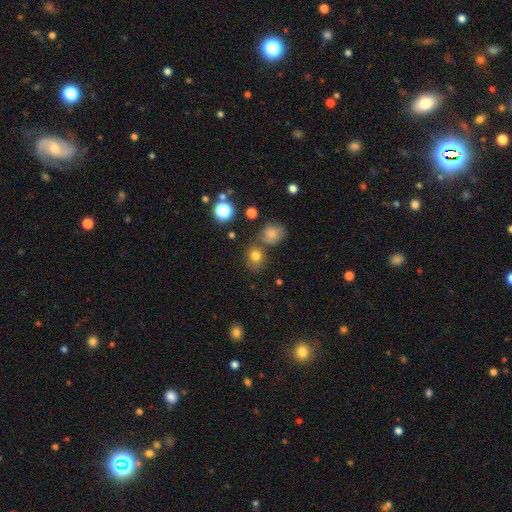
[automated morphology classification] Smooth or featured? smooth (75%)
How rounded? round (72%)
Merging? none (65%)